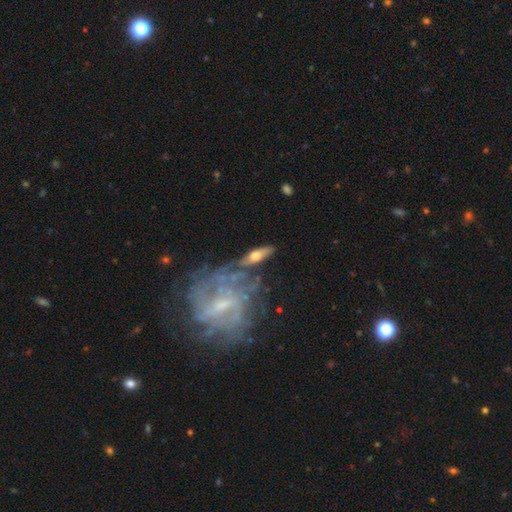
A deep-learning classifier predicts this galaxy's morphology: Overall: featured or disk (51%; smooth 42%). Edge-on disk: no (53%; yes 47%). Merging: none (59%).